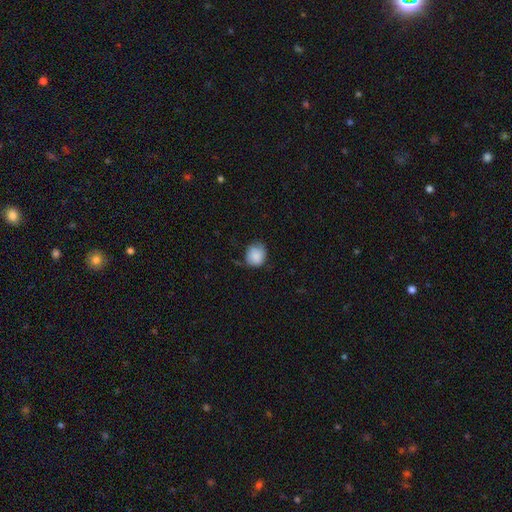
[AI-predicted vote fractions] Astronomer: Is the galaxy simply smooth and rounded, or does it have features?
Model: smooth — 86%.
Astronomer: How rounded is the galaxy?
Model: round — 72%.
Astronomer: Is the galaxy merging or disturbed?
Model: none — 55% (runner-up: minor disturbance, 35%).